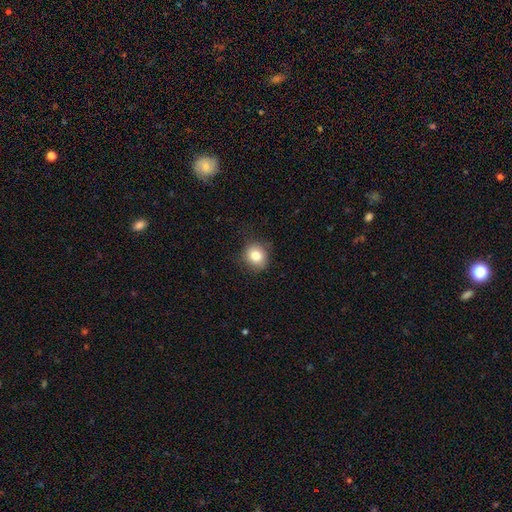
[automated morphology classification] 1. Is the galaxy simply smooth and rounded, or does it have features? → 82% smooth, 10% star or artifact, 8% featured or disk.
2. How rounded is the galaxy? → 85% round, 14% in between, 1% cigar-shaped.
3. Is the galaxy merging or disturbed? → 82% none, 14% minor disturbance, 4% major disturbance, 1% merger.